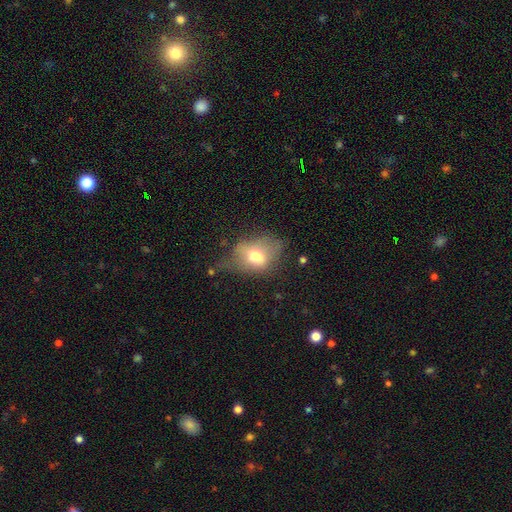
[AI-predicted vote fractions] Smooth or featured? Predicted: smooth (p=0.64). How rounded? Predicted: in between (p=0.67). Merging? Predicted: none (p=0.37).